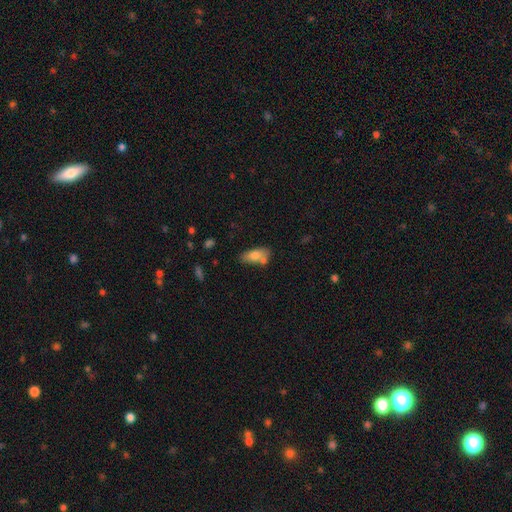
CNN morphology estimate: Smooth or featured? Predicted: smooth (p=0.73). How rounded? Predicted: in between (p=0.81). Merging? Predicted: none (p=0.51).